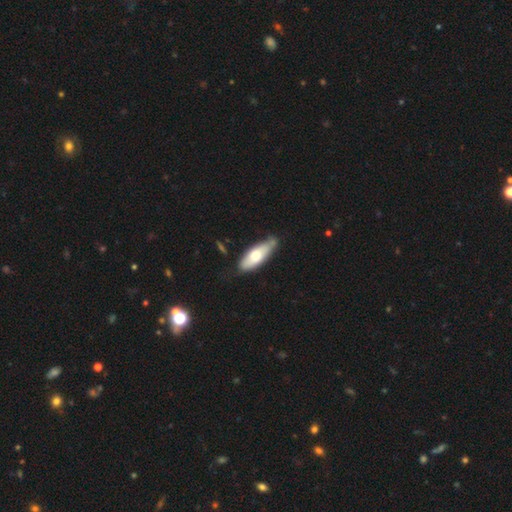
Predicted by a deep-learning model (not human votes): Morphology: type=smooth (63%); roundness=in between (67%); merging=none (63%).